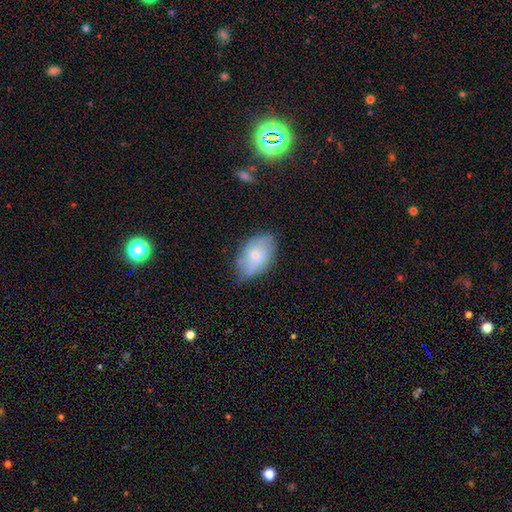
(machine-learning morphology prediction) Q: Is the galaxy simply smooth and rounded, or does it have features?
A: smooth — 61%.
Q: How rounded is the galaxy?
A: in between — 90%.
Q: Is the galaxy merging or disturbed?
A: none — 60%.